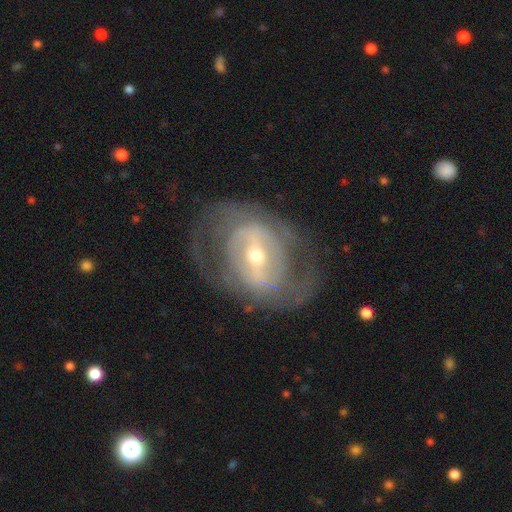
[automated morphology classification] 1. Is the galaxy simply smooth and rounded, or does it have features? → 83% featured or disk, 11% smooth, 6% star or artifact.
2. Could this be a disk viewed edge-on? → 94% no, 6% yes.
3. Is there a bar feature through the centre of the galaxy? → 51% strong, 34% weak, 15% no.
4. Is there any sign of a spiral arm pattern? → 72% yes, 28% no.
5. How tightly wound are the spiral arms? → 44% tight, 39% medium, 17% loose.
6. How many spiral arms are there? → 56% 2, 29% can't tell, 6% 3, 3% 1, 3% 4, 2% more than 4.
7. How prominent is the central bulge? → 50% moderate, 44% small, 4% large, 1% dominant, 1% none.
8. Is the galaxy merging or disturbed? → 67% none, 16% minor disturbance, 16% major disturbance, 1% merger.